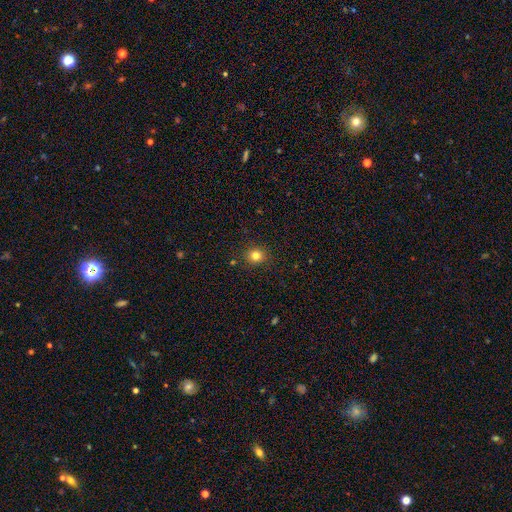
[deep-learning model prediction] Morphology: type=smooth (81%); roundness=round (87%); merging=none (90%).